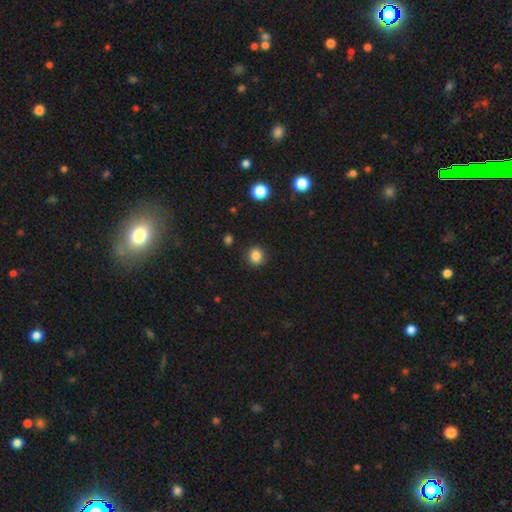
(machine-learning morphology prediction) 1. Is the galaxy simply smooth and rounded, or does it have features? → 85% smooth, 11% star or artifact, 4% featured or disk.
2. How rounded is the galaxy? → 85% round, 14% in between, 1% cigar-shaped.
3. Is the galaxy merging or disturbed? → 90% none, 7% minor disturbance, 2% major disturbance, 1% merger.